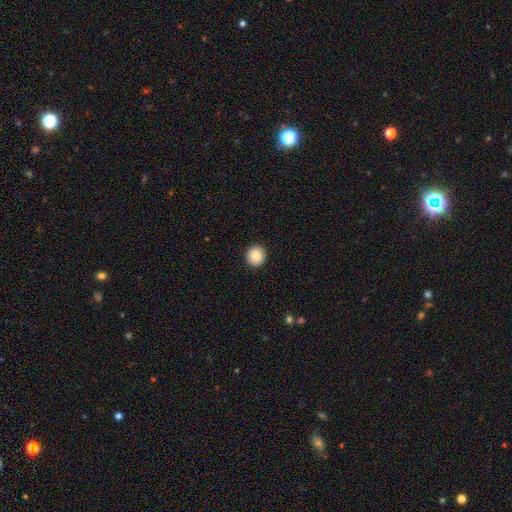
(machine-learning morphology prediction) The model was most divided on "how rounded": round: 89%, in between: 11%, cigar-shaped: 1%. More confident: merging — none (93%); smooth or featured — smooth (87%).